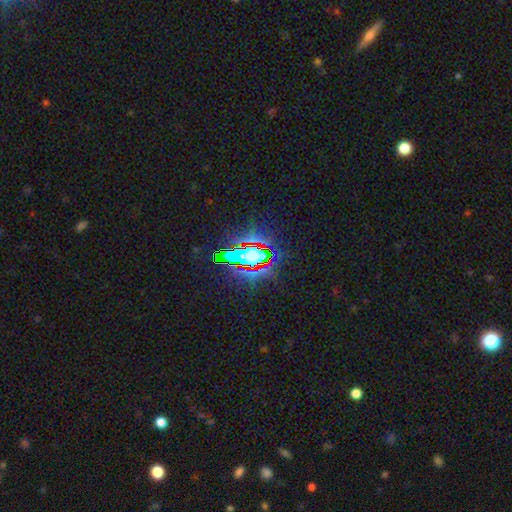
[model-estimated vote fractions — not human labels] Smooth or featured?
  - star or artifact: 72% *
  - smooth: 17%
  - featured or disk: 12%